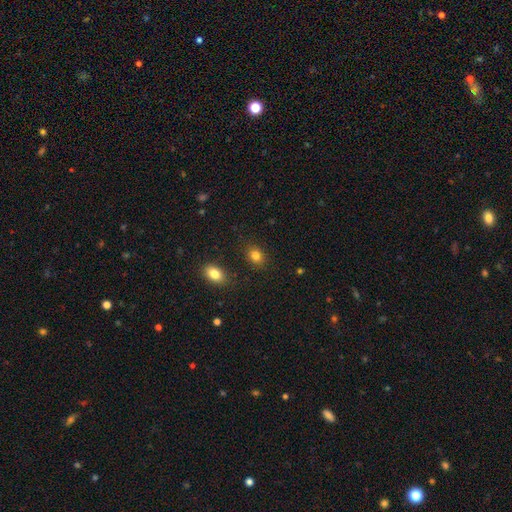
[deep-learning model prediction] smooth_or_featured: smooth (p=0.83) [alt: star or artifact p=0.11]
how_rounded: in between (p=0.60) [alt: round p=0.39]
merging: none (p=0.85) [alt: minor disturbance p=0.10]